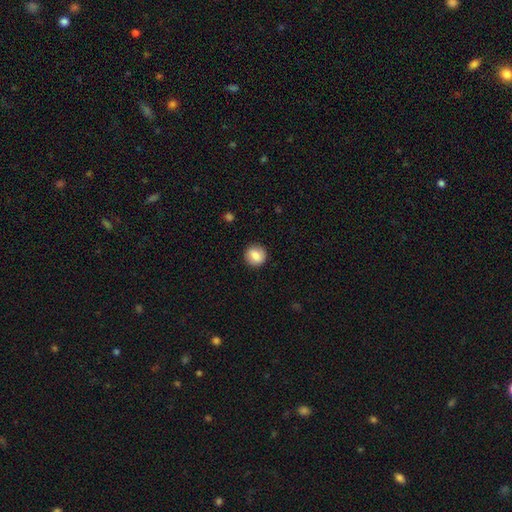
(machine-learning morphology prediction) Overall: smooth (82%). How rounded: round (90%). Merging: none (89%).